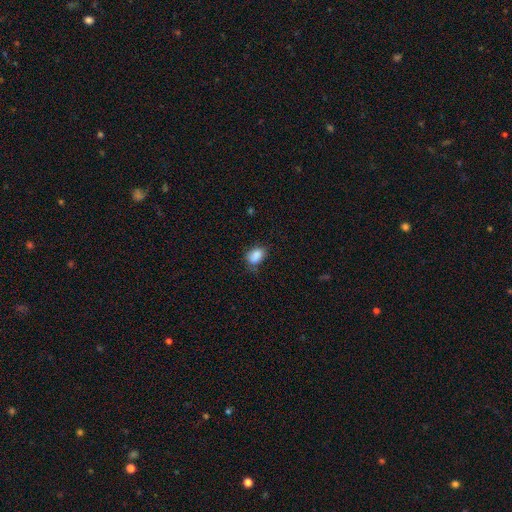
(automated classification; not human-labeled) Smooth or featured? Predicted: smooth (p=0.85). How rounded? Predicted: in between (p=0.80). Merging? Predicted: none (p=0.56).